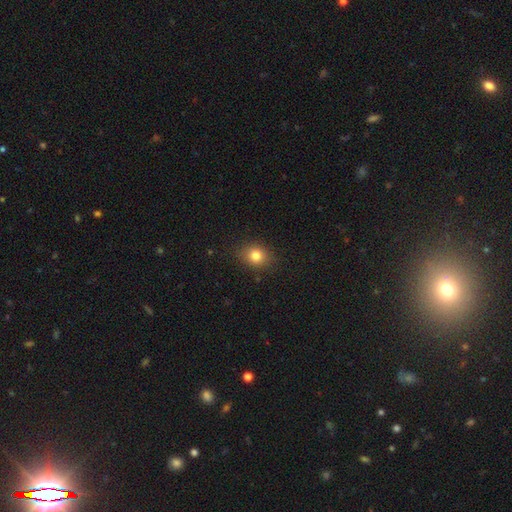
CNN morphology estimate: Smooth or featured? Predicted: smooth (p=0.81). How rounded? Predicted: round (p=0.61). Merging? Predicted: none (p=0.87).